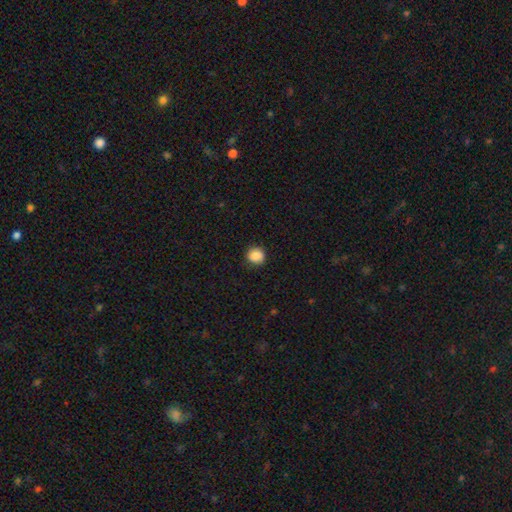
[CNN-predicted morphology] smooth_or_featured: smooth (p=0.87) [alt: star or artifact p=0.09]
how_rounded: round (p=0.88) [alt: in between p=0.11]
merging: none (p=0.87) [alt: minor disturbance p=0.10]